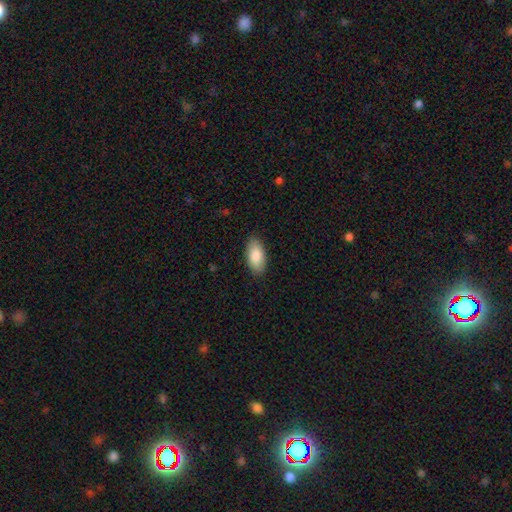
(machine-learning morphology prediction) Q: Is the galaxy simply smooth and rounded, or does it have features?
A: smooth — 86%.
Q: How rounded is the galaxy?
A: in between — 93%.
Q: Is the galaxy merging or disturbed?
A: none — 87%.